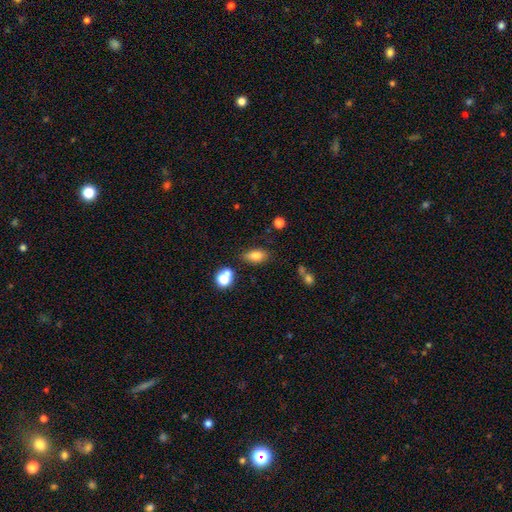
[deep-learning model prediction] smooth 78%, featured or disk 11%, star or artifact 11%. Down the decision tree: how rounded — in between (84%); merging — none (75%).